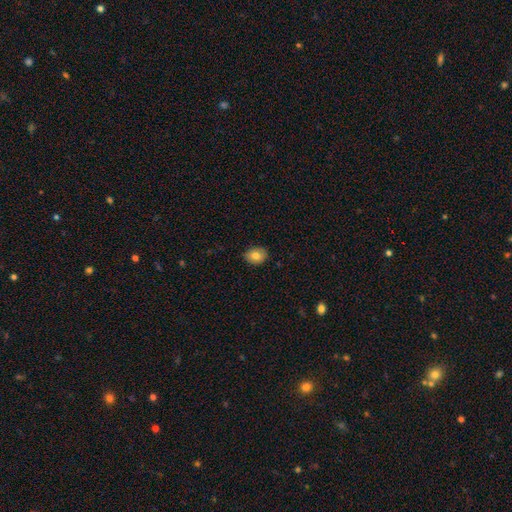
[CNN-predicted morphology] Smooth or featured? smooth (80%)
How rounded? in between (53%)
Merging? none (86%)